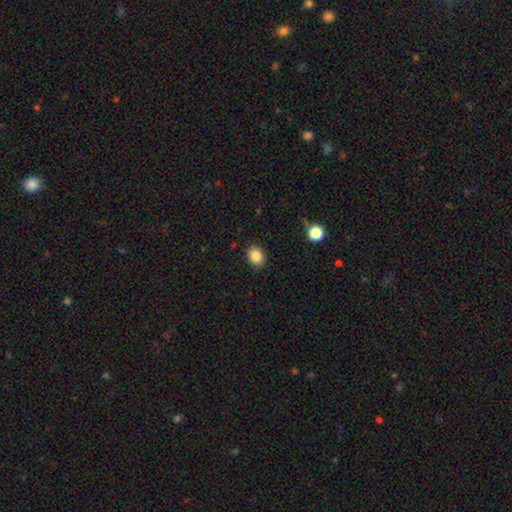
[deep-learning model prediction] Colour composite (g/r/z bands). It shows a smooth galaxy with no disk features (85%) that is in between round and cigar-shaped (56%). Merging: none (89%).